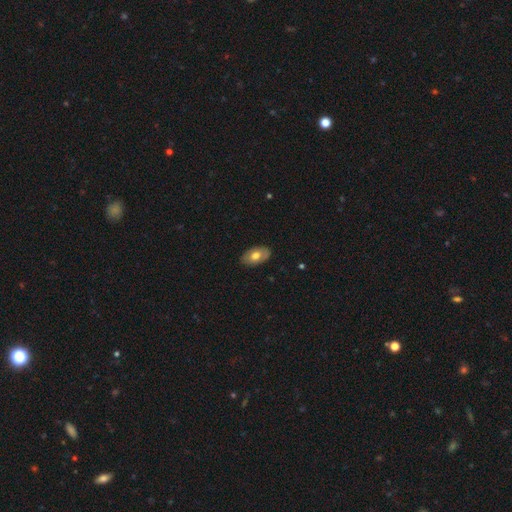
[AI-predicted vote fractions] Smooth or featured: smooth — 66% (featured or disk — 28%)
How rounded: in between — 92% (round — 6%)
Merging: none — 85% (minor disturbance — 12%)